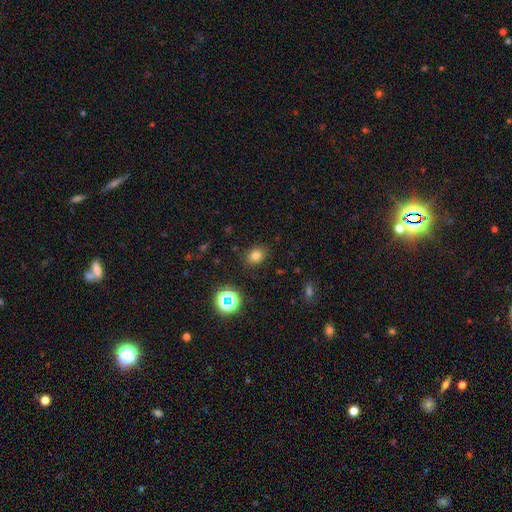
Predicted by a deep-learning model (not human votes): smooth 76%, star or artifact 18%, featured or disk 7%. Down the decision tree: how rounded — round (60%); merging — none (86%).